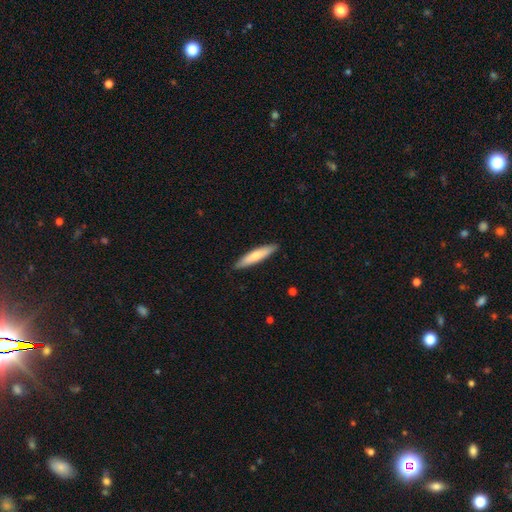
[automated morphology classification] smooth 71%, featured or disk 24%, star or artifact 5%. Down the decision tree: how rounded — cigar-shaped (85%); merging — none (89%).